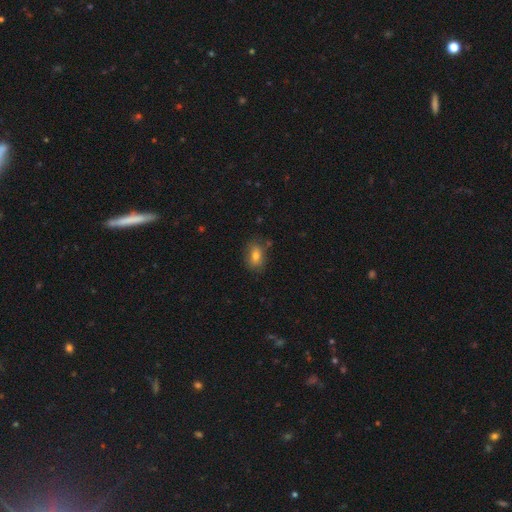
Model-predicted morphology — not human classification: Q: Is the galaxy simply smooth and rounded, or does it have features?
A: smooth — 77%.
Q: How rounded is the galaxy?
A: in between — 79%.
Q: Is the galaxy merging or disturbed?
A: none — 77%.